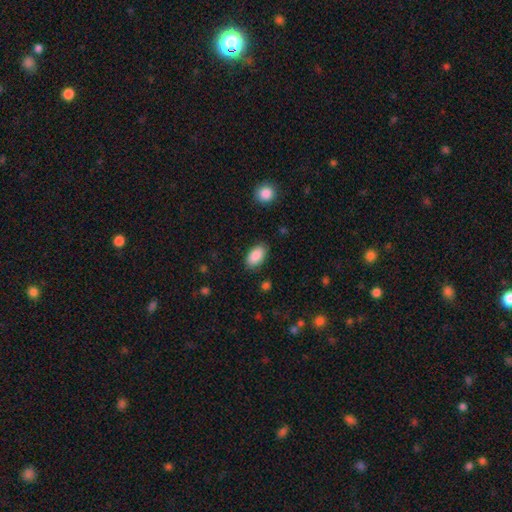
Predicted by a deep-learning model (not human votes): Smooth or featured? smooth (89%)
How rounded? in between (94%)
Merging? none (86%)